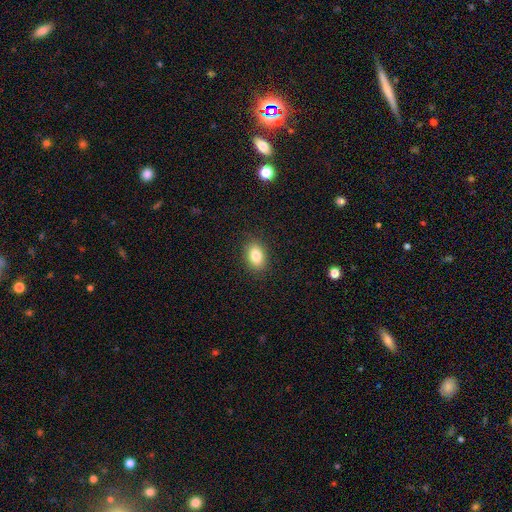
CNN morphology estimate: Smooth or featured: smooth — 83% (star or artifact — 9%)
How rounded: in between — 84% (round — 15%)
Merging: none — 88% (minor disturbance — 9%)